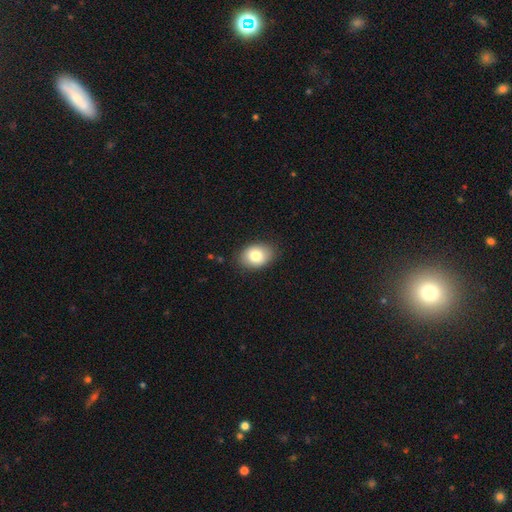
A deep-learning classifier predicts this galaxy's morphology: smooth 82%, featured or disk 11%, star or artifact 8%. Down the decision tree: how rounded — in between (74%); merging — none (85%).